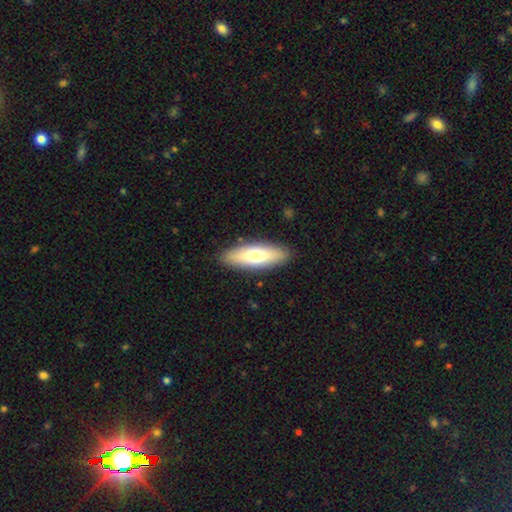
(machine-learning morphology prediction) The model was most divided on "how rounded": in between: 57%, cigar-shaped: 41%, round: 2%. More confident: merging — none (88%); smooth or featured — smooth (67%).